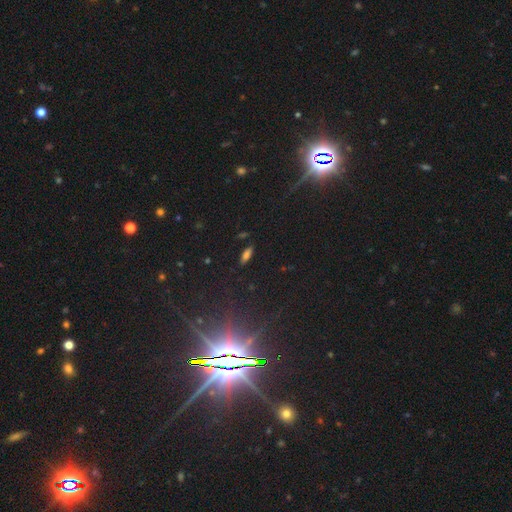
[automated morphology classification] Smooth or featured? star or artifact (78%)